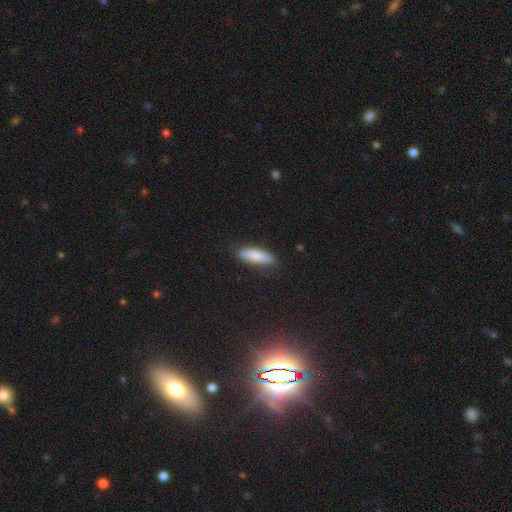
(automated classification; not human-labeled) This is clearly a smooth galaxy (81%). How rounded: possibly cigar-shaped (56%). Merging: clearly none (83%).